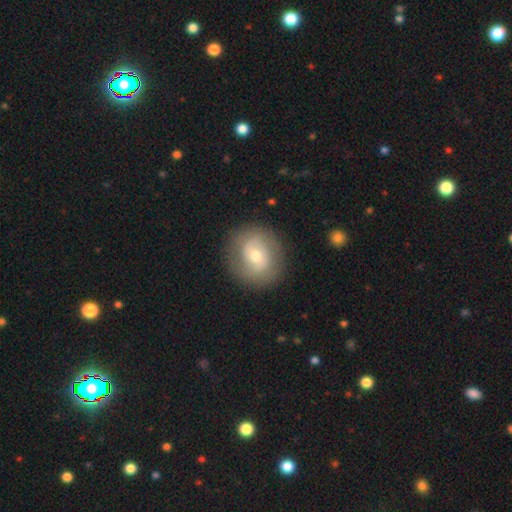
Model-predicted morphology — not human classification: Q: Smooth or featured?
A: featured or disk (51%); runner-up: smooth (42%)
Q: Edge-on disk?
A: no (96%); runner-up: yes (4%)
Q: Merging?
A: none (84%); runner-up: minor disturbance (10%)